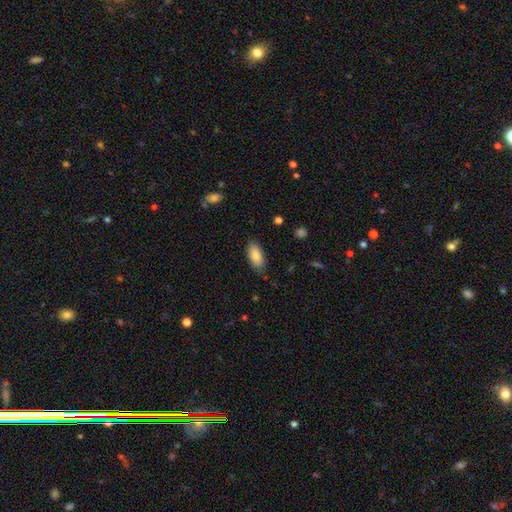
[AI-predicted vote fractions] Q: Smooth or featured?
A: smooth (85%); runner-up: featured or disk (9%)
Q: How rounded?
A: in between (90%); runner-up: cigar-shaped (8%)
Q: Merging?
A: none (82%); runner-up: minor disturbance (14%)